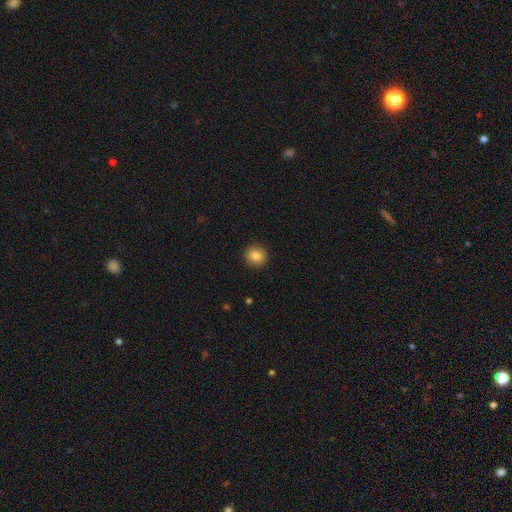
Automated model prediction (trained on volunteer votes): Smooth or featured?
  - smooth: 86% *
  - star or artifact: 10%
  - featured or disk: 5%
How rounded?
  - round: 91% *
  - in between: 8%
  - cigar-shaped: 1%
Merging?
  - none: 91% *
  - minor disturbance: 6%
  - major disturbance: 2%
  - merger: 1%